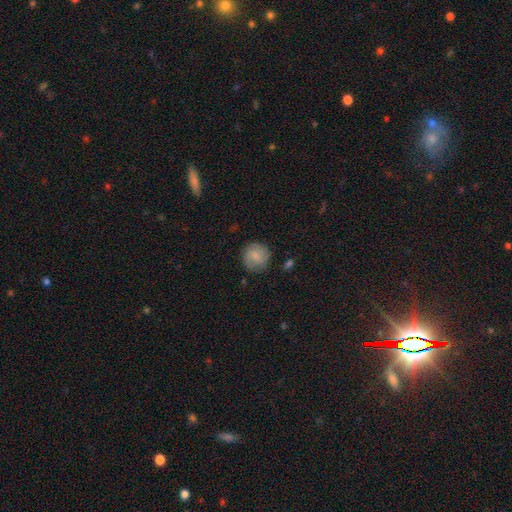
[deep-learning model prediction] Overall: smooth (72%). How rounded: round (90%). Merging: none (79%).